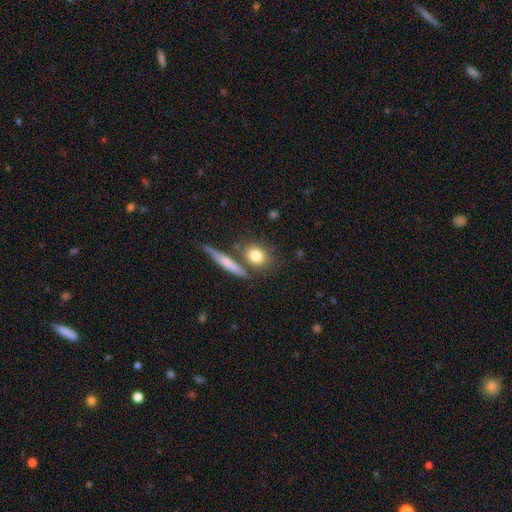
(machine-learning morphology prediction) This is likely a smooth galaxy (78%). How rounded: possibly round (55%). Merging: likely none (69%).